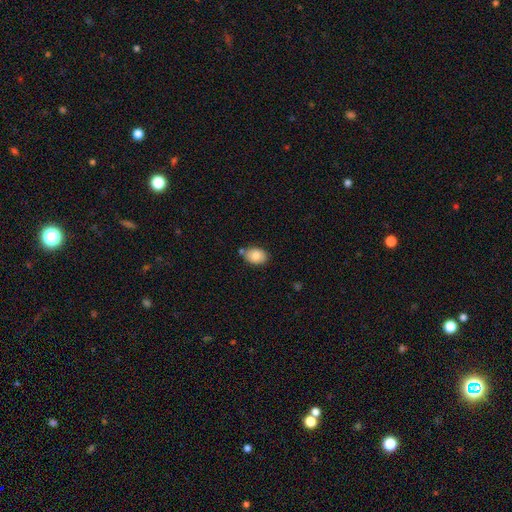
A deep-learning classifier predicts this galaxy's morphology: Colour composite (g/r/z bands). It shows a smooth galaxy with no disk features (83%) that is in between round and cigar-shaped (77%). Merging: none (74%).